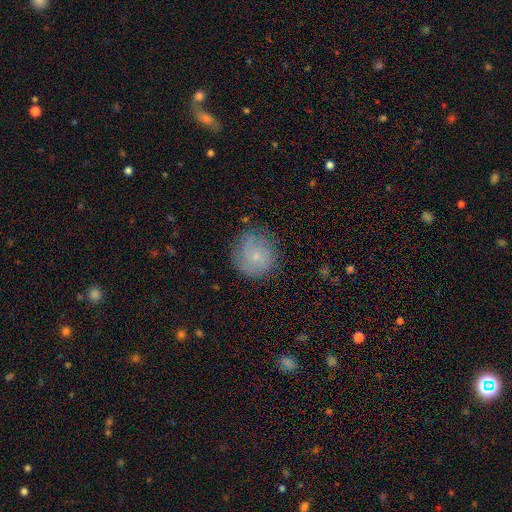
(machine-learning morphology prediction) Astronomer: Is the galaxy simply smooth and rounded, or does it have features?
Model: smooth — 63%.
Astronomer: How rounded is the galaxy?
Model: round — 90%.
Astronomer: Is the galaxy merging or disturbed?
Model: none — 77%.